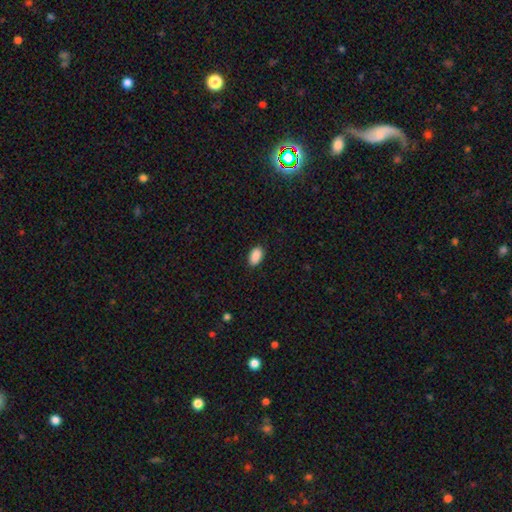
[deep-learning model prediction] This is clearly a smooth galaxy (90%). How rounded: clearly in between (93%). Merging: clearly none (88%).